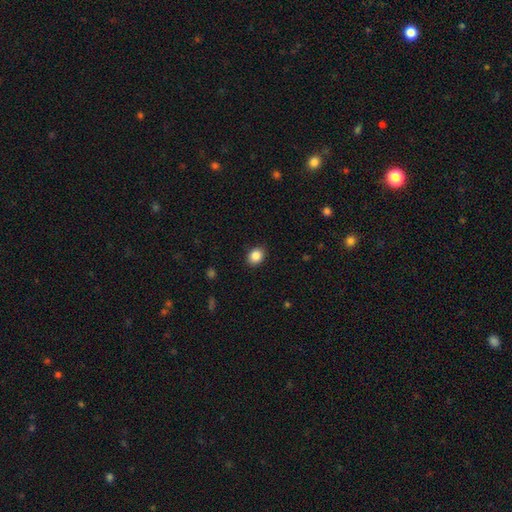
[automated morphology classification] A smooth galaxy with no disk features (86%) that is in between round and cigar-shaped (51%). Merging: none (89%).